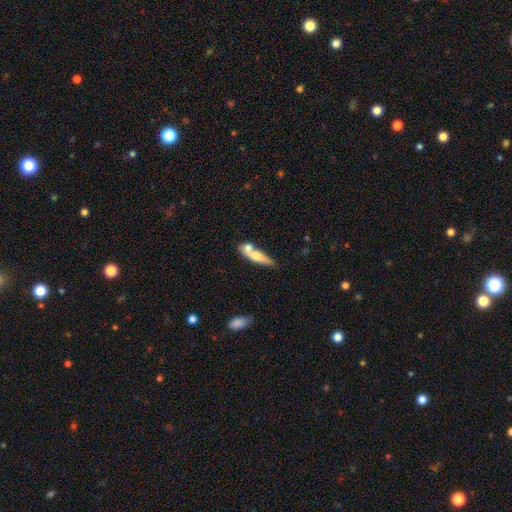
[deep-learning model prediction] Smooth or featured? smooth (58%)
How rounded? cigar-shaped (72%)
Merging? none (46%)